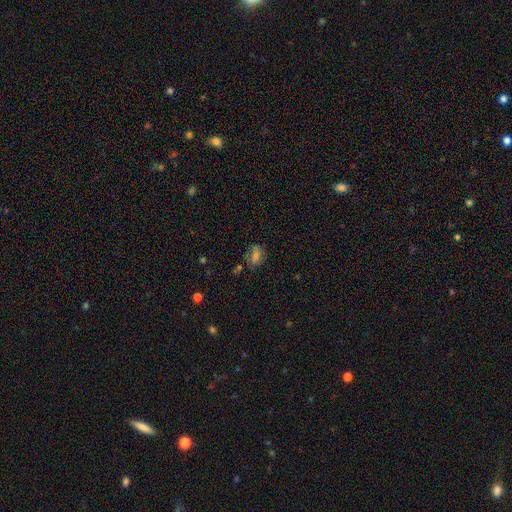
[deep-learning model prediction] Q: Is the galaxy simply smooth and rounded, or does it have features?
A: smooth — 55%.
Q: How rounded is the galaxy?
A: in between — 69%.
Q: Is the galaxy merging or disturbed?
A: none — 67%.